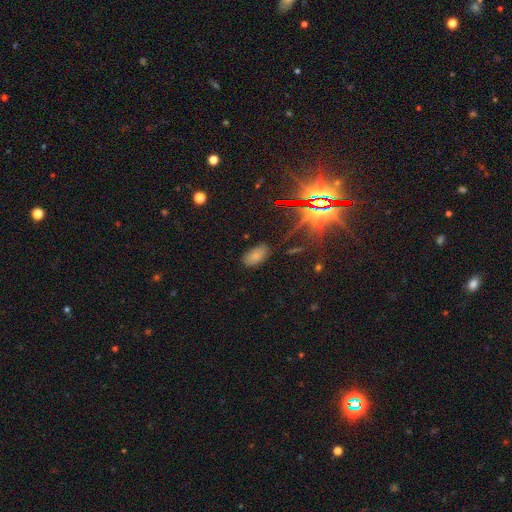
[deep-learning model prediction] This is likely a smooth galaxy (71%). How rounded: clearly in between (94%). Merging: clearly none (82%).